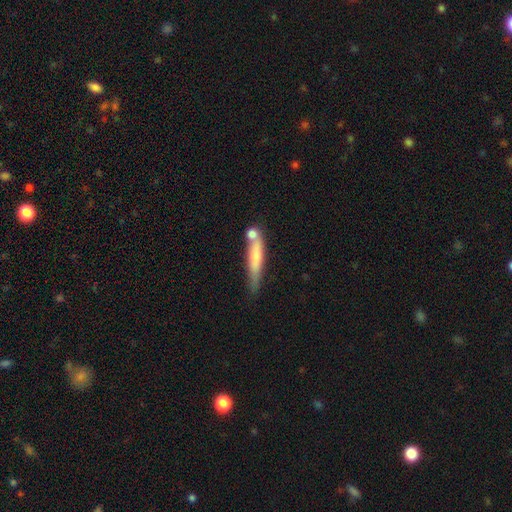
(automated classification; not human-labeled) Overall: smooth (63%; featured or disk 30%). How rounded: cigar-shaped (87%). Merging: none (51%; merger 22%).